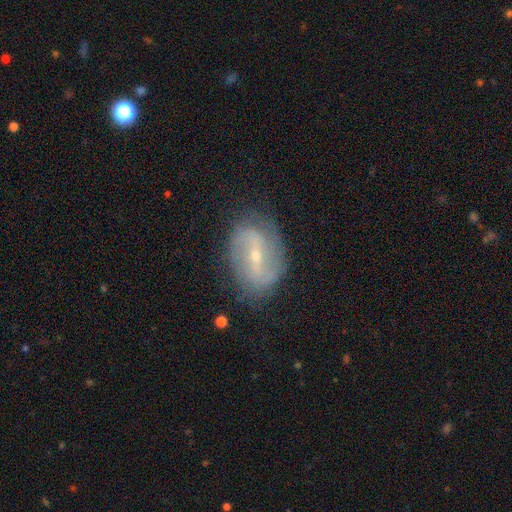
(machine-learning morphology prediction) This is clearly a featured or disk galaxy (80%). It is clearly not viewed edge-on (95%). Bar: marginally weak (41%). Spiral arm pattern: clearly yes (86%). Spiral arm count: clearly 2 (83%). Spiral winding: marginally loose (42%). Central bulge: likely small (70%). Merging: likely none (77%).